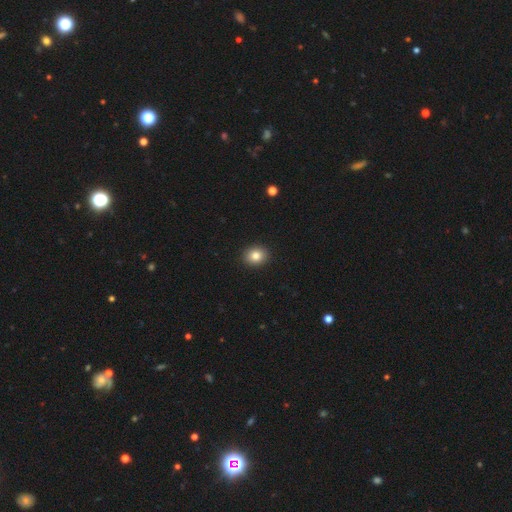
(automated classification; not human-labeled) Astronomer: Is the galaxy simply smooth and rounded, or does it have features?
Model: smooth — 83%.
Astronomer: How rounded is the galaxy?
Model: round — 61% (runner-up: in between, 38%).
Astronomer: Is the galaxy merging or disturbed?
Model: none — 92%.